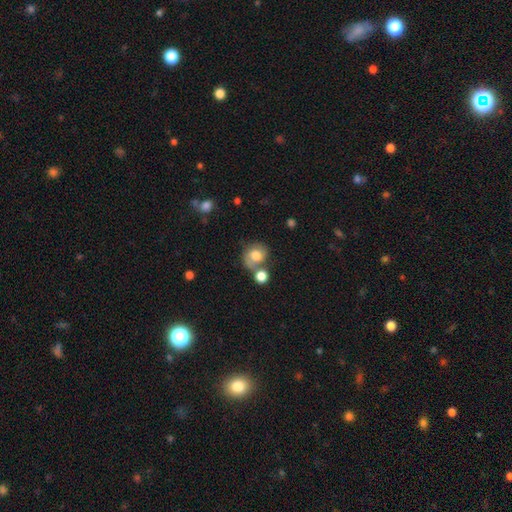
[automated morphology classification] Smooth or featured? Predicted: smooth (p=0.63). How rounded? Predicted: round (p=0.69). Merging? Predicted: none (p=0.49).